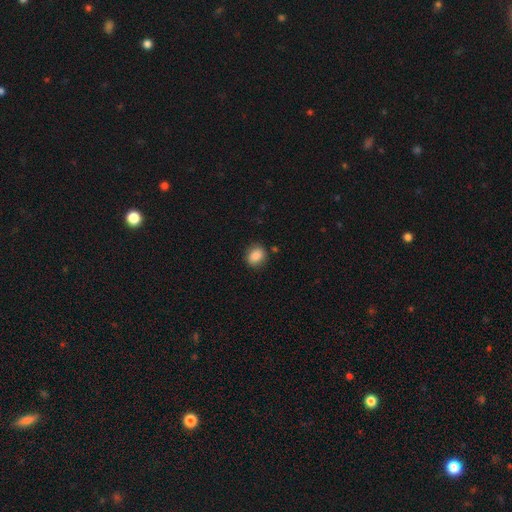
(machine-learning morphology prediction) A smooth galaxy with no disk features (86%) that is round (63%).

Vote fractions:
- Smooth or featured? smooth: 86% / star or artifact: 9% / featured or disk: 5%
- How rounded? round: 63% / in between: 36% / cigar-shaped: 1%
- Merging? none: 85% / minor disturbance: 10% / major disturbance: 3% / merger: 2%